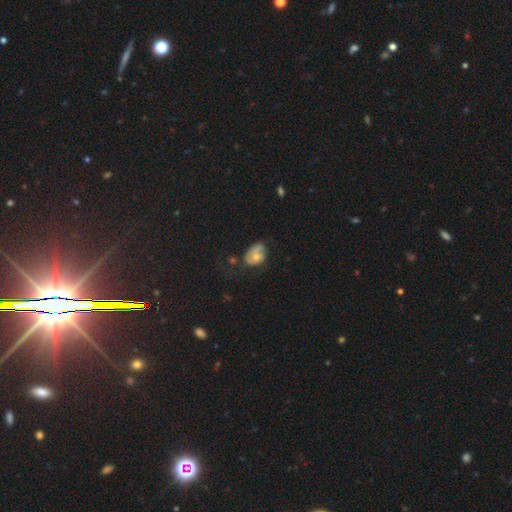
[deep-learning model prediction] The model was most divided on "merging": minor disturbance: 38%, none: 34%, major disturbance: 23%, merger: 5%. More confident: how rounded — in between (78%); smooth or featured — smooth (52%).